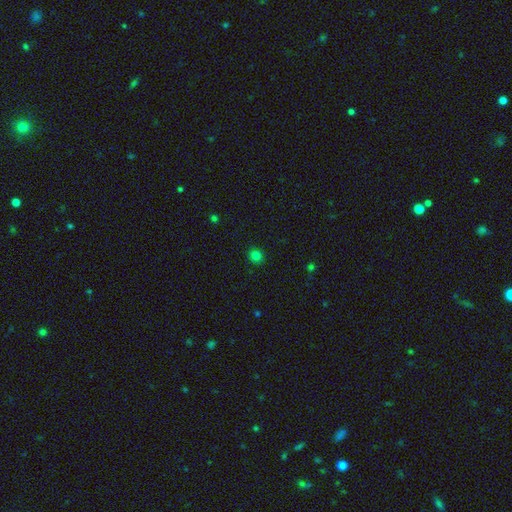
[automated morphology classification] The model was most divided on "smooth or featured": smooth: 80%, star or artifact: 16%, featured or disk: 4%. More confident: merging — none (91%); how rounded — round (89%).